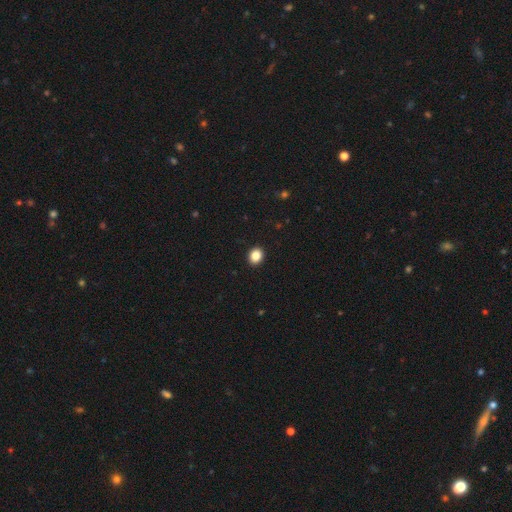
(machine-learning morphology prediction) A smooth galaxy with no disk features (86%) that is round (59%).

Vote fractions:
- Smooth or featured? smooth: 86% / star or artifact: 10% / featured or disk: 4%
- How rounded? round: 59% / in between: 40% / cigar-shaped: 1%
- Merging? none: 93% / minor disturbance: 5% / major disturbance: 1% / merger: 1%